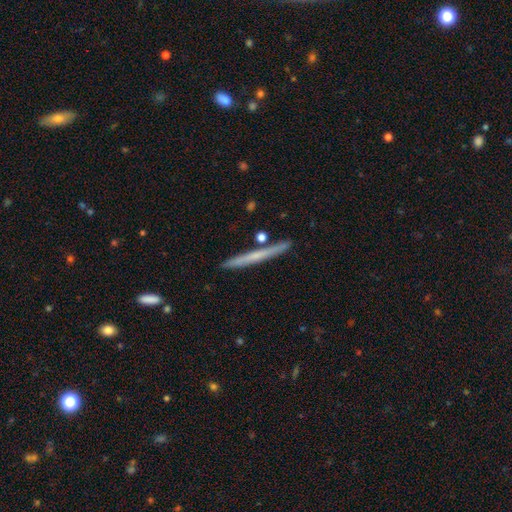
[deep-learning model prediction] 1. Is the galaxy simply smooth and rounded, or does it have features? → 47% smooth, 46% featured or disk, 6% star or artifact.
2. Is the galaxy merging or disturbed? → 87% none, 8% minor disturbance, 3% merger, 2% major disturbance.